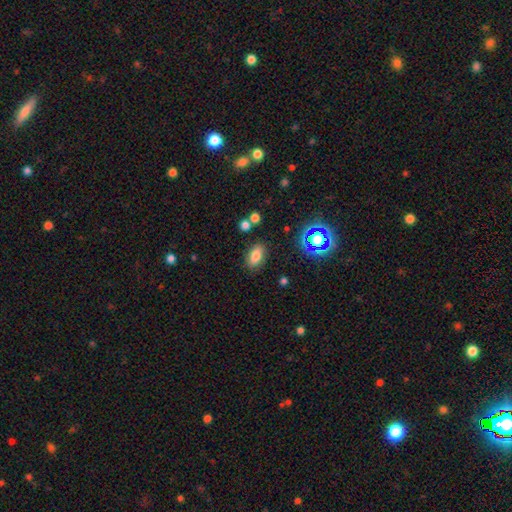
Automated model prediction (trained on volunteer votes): Q: Smooth or featured?
A: smooth (78%); runner-up: star or artifact (13%)
Q: How rounded?
A: in between (87%); runner-up: round (8%)
Q: Merging?
A: none (84%); runner-up: minor disturbance (10%)